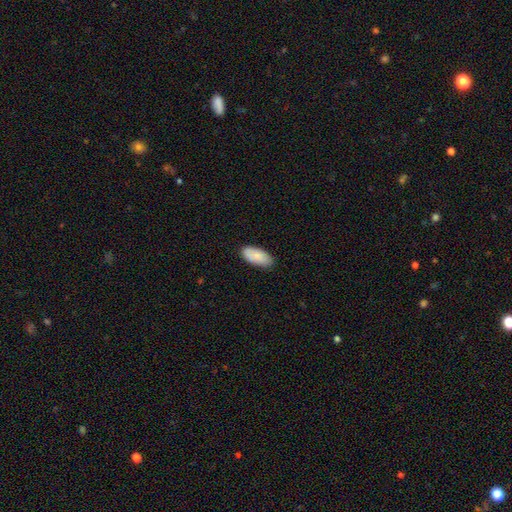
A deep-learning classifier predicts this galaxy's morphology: Q: Smooth or featured?
A: smooth (85%); runner-up: featured or disk (10%)
Q: How rounded?
A: in between (92%); runner-up: cigar-shaped (6%)
Q: Merging?
A: none (84%); runner-up: minor disturbance (13%)